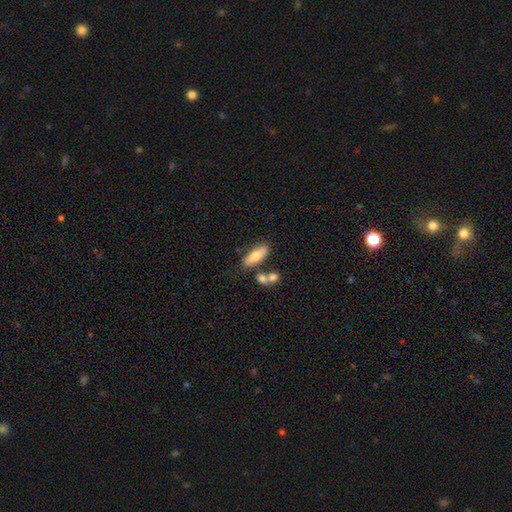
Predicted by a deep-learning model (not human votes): smooth 68%, featured or disk 25%, star or artifact 6%. Down the decision tree: how rounded — in between (64%); merging — none (65%).